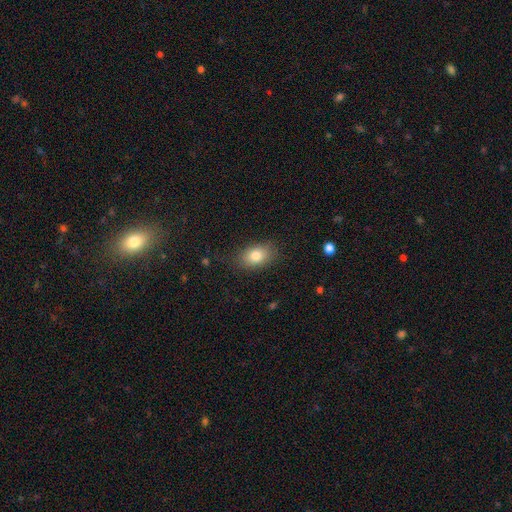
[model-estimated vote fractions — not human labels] This appears to be a smooth galaxy with no disk features (80%) that is in between round and cigar-shaped (82%). Merging: none (81%).